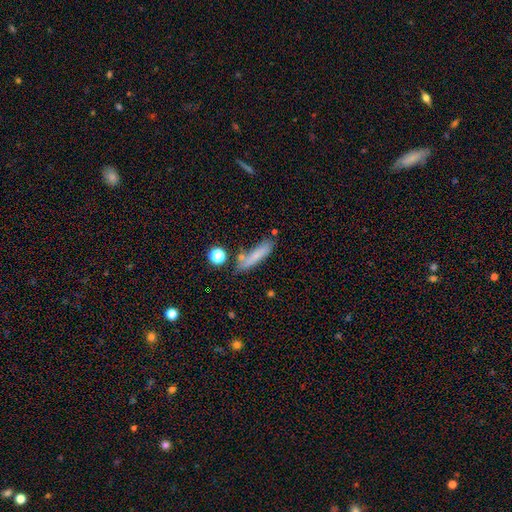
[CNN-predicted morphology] type=smooth (73%); roundness=cigar-shaped (78%); merging=none (69%).